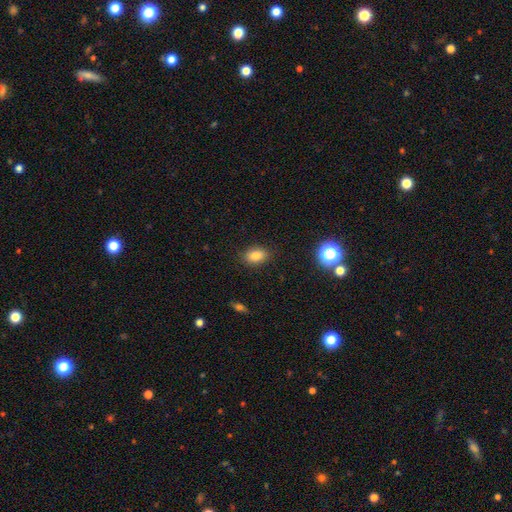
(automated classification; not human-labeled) Morphology: type=smooth (82%); roundness=in between (79%); merging=none (87%).